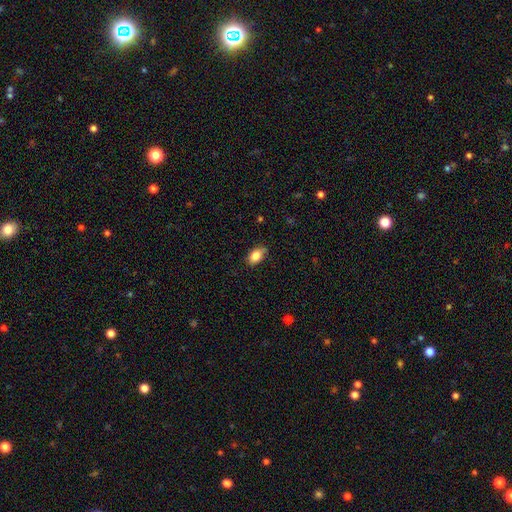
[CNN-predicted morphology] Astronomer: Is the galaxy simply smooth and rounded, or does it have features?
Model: smooth — 85%.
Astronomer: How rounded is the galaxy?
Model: in between — 89%.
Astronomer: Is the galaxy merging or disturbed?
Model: none — 78%.